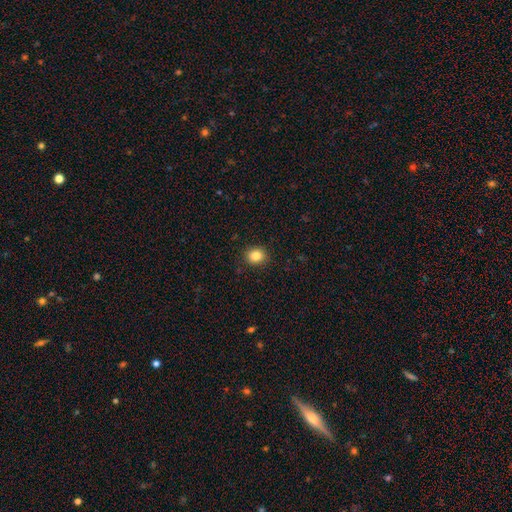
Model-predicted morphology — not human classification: smooth 85%, star or artifact 10%, featured or disk 5%. Down the decision tree: how rounded — round (71%); merging — none (89%).